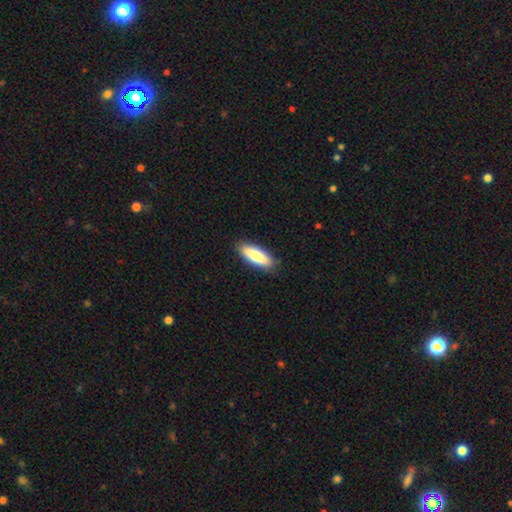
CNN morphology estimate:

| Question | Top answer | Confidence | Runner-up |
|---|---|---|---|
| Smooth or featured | smooth | 83% | featured or disk (12%) |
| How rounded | in between | 55% | cigar-shaped (43%) |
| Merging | none | 88% | minor disturbance (9%) |